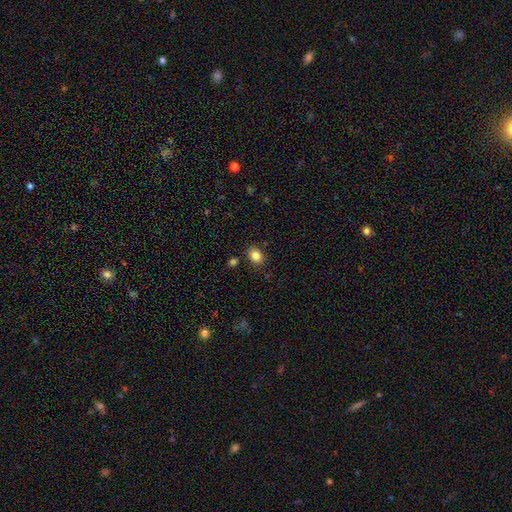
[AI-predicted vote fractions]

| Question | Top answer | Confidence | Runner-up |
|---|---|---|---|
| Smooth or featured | smooth | 84% | star or artifact (10%) |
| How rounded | in between | 64% | round (35%) |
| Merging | none | 85% | minor disturbance (10%) |